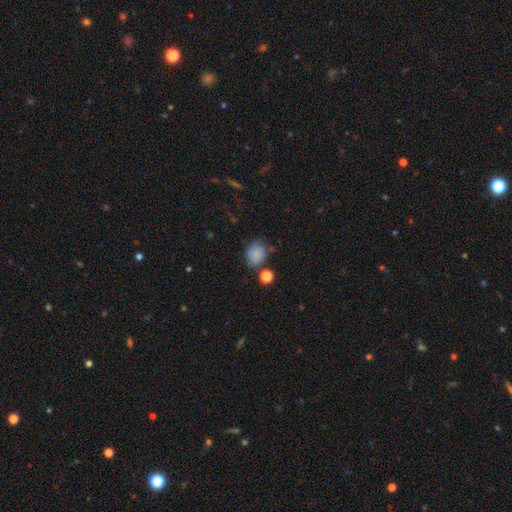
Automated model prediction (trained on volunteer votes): A smooth galaxy with no disk features (82%) that is round (54%). Merging: none (65%).